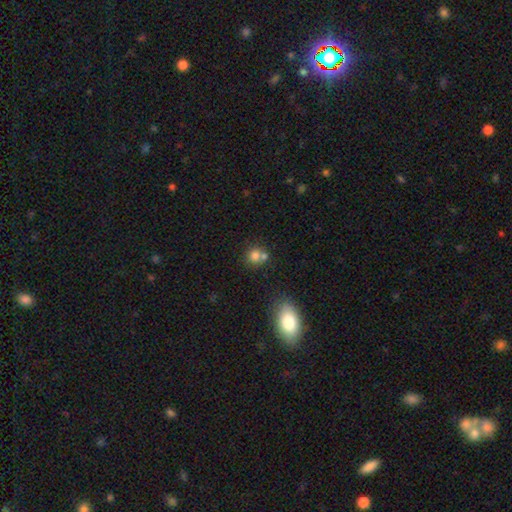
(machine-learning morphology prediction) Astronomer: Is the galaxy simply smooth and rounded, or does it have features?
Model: smooth — 77%.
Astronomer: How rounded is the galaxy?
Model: round — 80%.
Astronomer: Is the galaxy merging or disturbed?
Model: none — 49% (runner-up: merger, 38%).